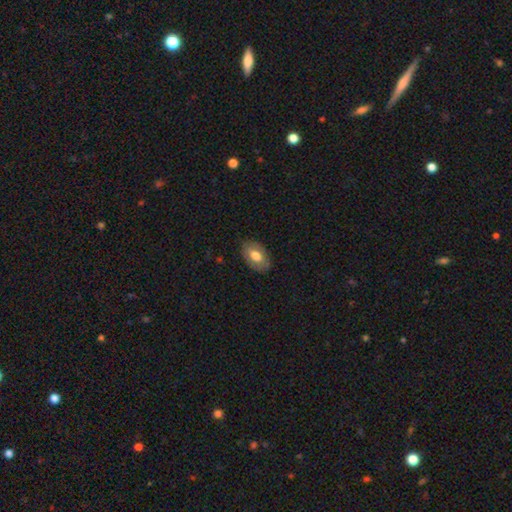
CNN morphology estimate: This is likely a smooth galaxy (62%). How rounded: clearly in between (90%). Merging: clearly none (82%).